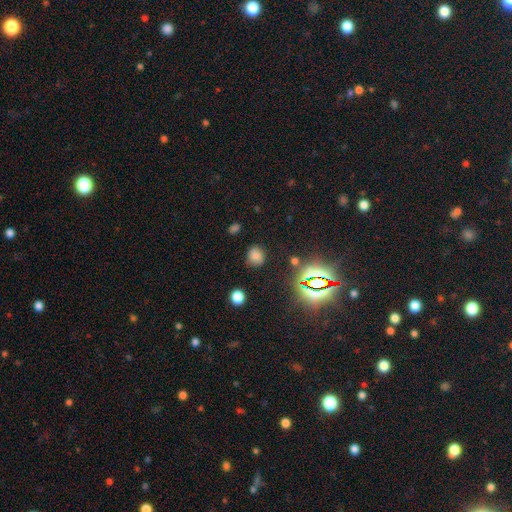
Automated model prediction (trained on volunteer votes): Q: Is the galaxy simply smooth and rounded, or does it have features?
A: smooth — 71%.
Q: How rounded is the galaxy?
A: round — 77%.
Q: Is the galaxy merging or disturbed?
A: none — 82%.